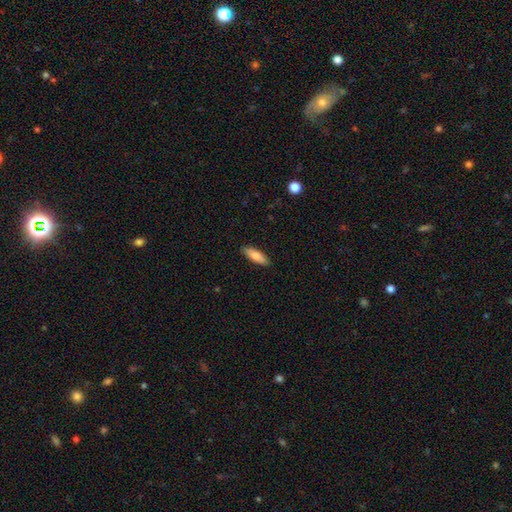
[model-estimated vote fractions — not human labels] This is clearly a smooth galaxy (82%). How rounded: possibly in between (55%). Merging: clearly none (89%).